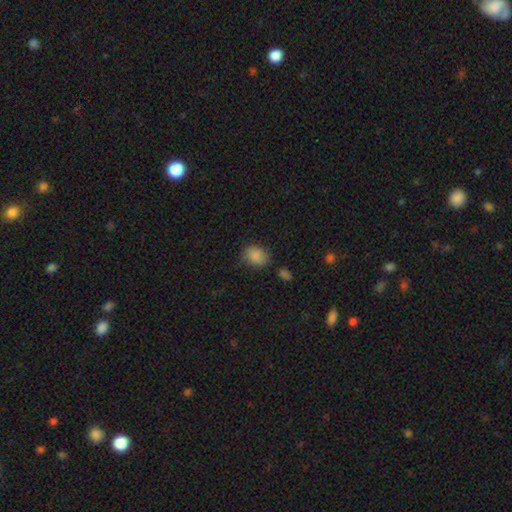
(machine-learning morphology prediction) Smooth or featured? smooth (85%)
How rounded? in between (54%)
Merging? none (68%)